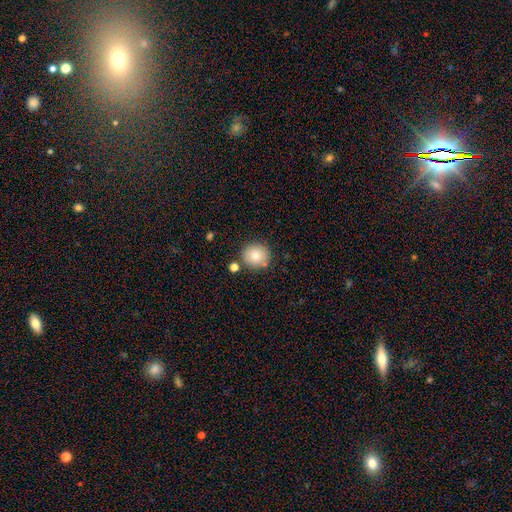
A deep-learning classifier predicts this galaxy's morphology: Overall: smooth (79%). How rounded: round (91%). Merging: none (82%).